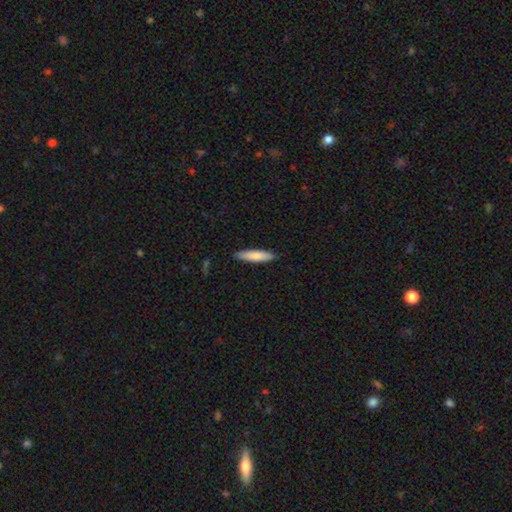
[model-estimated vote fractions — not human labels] smooth 80%, featured or disk 14%, star or artifact 5%. Down the decision tree: how rounded — cigar-shaped (79%); merging — none (88%).